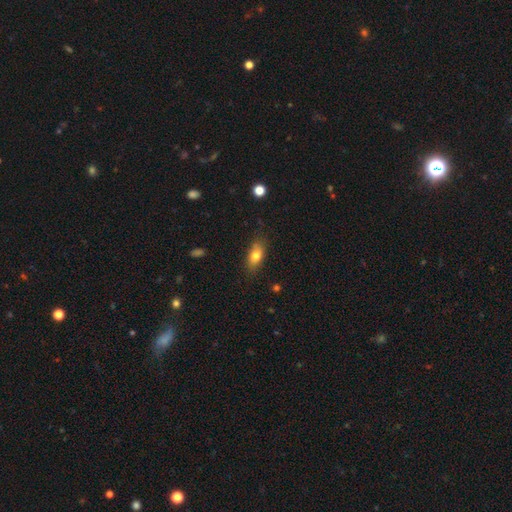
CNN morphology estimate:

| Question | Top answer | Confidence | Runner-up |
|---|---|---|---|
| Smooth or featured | smooth | 76% | featured or disk (16%) |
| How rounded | in between | 82% | cigar-shaped (11%) |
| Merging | none | 81% | minor disturbance (15%) |